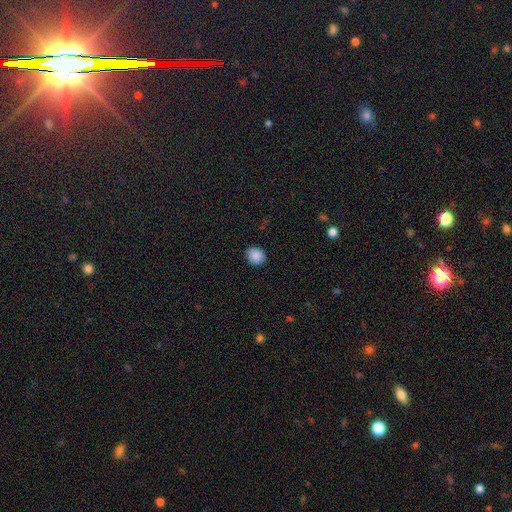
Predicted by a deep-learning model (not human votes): smooth 88%, star or artifact 8%, featured or disk 3%. Down the decision tree: how rounded — round (62%); merging — none (88%).